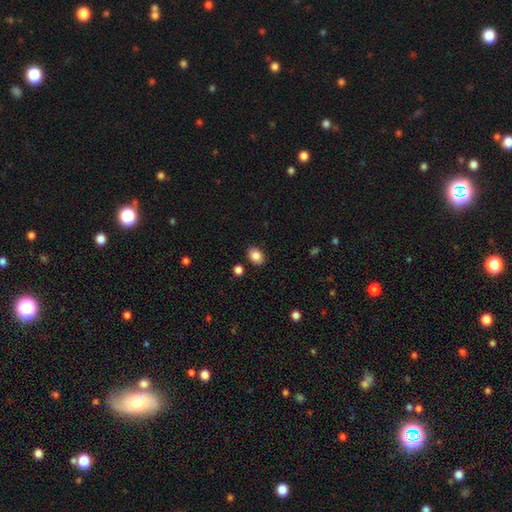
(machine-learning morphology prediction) The model was most divided on "how rounded": in between: 66%, round: 33%, cigar-shaped: 1%. More confident: merging — none (86%); smooth or featured — smooth (86%).